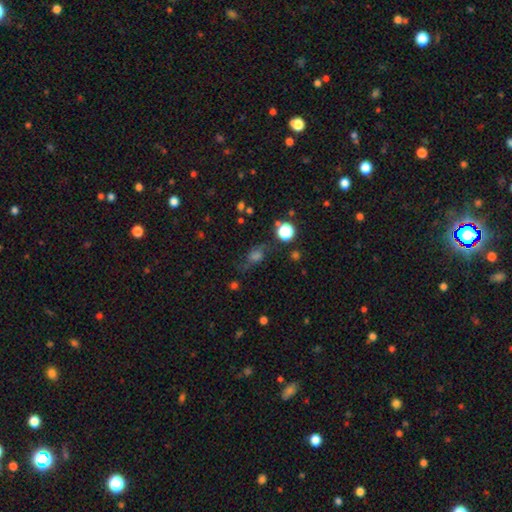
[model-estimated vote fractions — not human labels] smooth 40%, star or artifact 31%, featured or disk 29%. Down the decision tree: merging — none (62%).